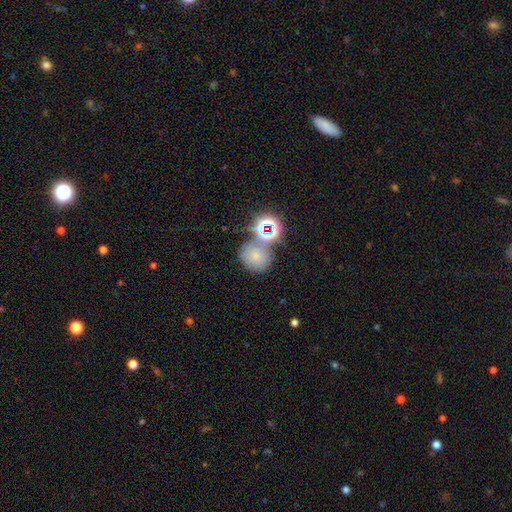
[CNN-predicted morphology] This is possibly a smooth galaxy (59%). How rounded: likely round (75%). Merging: possibly none (51%).